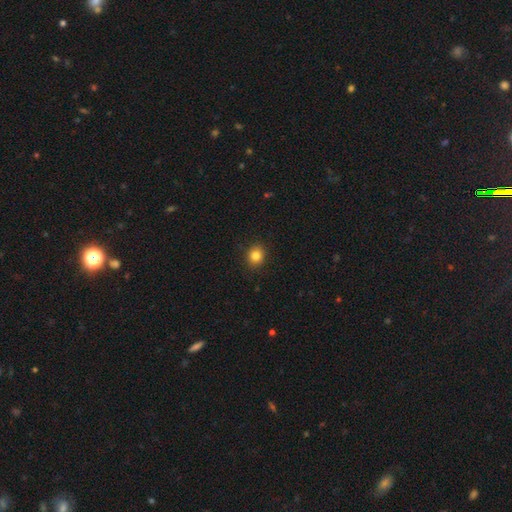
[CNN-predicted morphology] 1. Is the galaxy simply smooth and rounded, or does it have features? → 83% smooth, 11% star or artifact, 5% featured or disk.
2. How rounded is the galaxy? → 76% round, 23% in between, 1% cigar-shaped.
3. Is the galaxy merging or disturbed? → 90% none, 7% minor disturbance, 2% major disturbance, 1% merger.